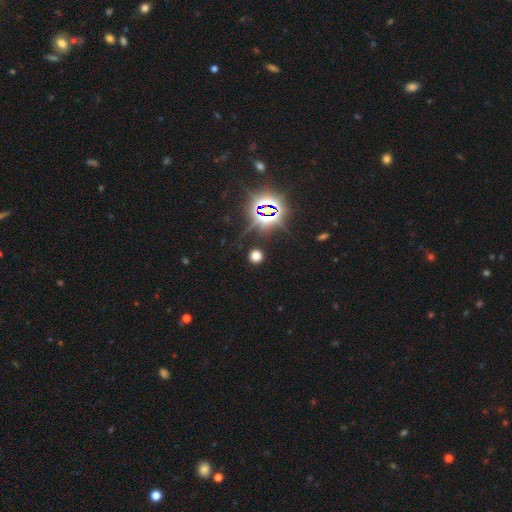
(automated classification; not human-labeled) This is possibly a smooth galaxy (58%). How rounded: clearly round (90%). Merging: clearly none (88%).